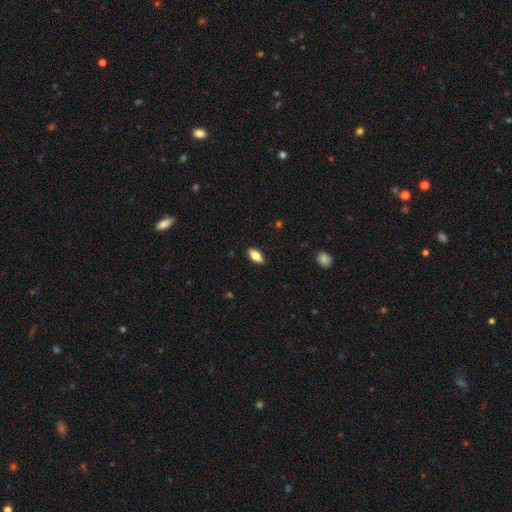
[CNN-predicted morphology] type=smooth (73%); roundness=in between (83%); merging=none (88%).